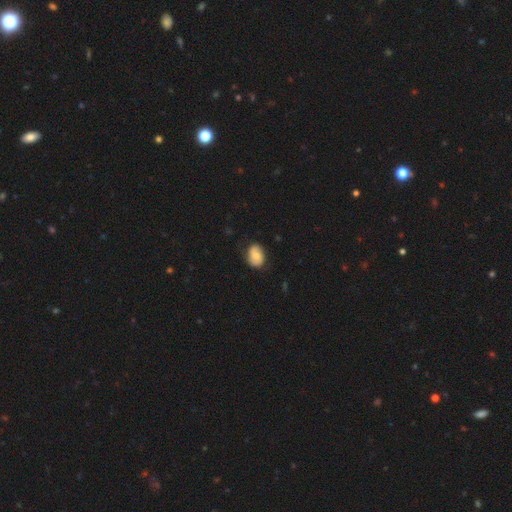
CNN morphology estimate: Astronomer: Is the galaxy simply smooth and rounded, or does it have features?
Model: smooth — 62%.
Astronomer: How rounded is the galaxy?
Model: in between — 71%.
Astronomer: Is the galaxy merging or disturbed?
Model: none — 75%.